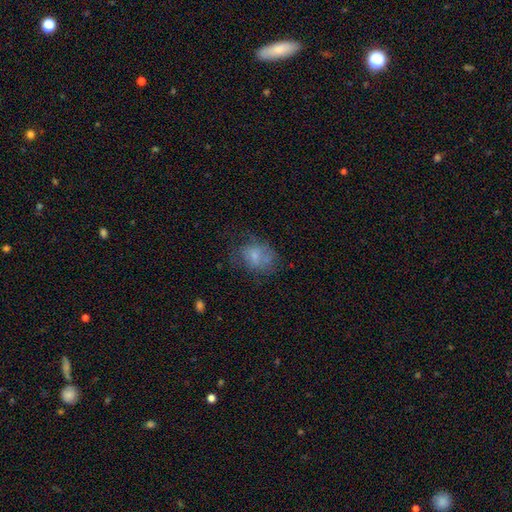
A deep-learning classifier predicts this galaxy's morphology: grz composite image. It shows a smooth galaxy with no disk features (62%) that is in between round and cigar-shaped (58%). Merging: none (48%).